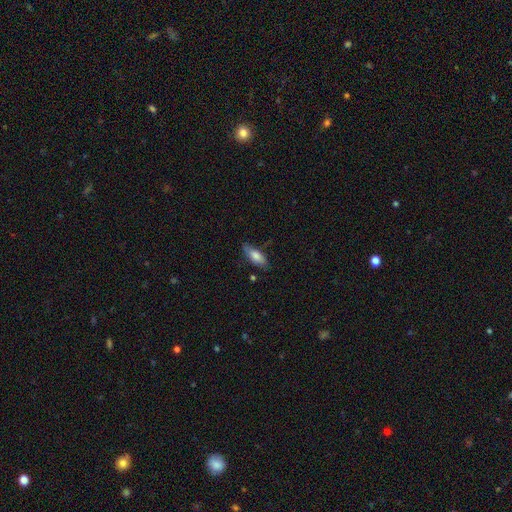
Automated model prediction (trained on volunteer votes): smooth 71%, featured or disk 22%, star or artifact 7%. Down the decision tree: how rounded — in between (68%); merging — none (71%).